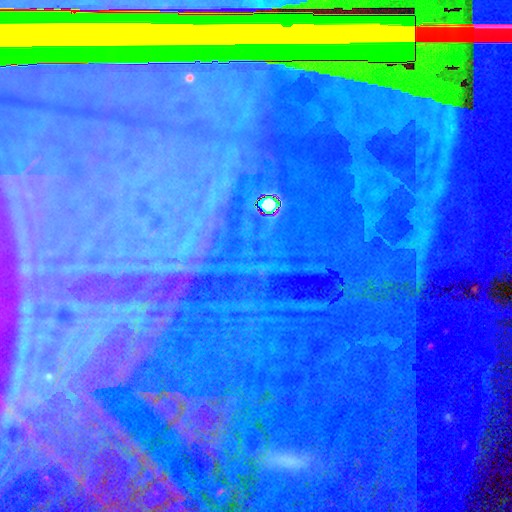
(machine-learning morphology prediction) This is clearly a star or artifact rather than a galaxy (87%).